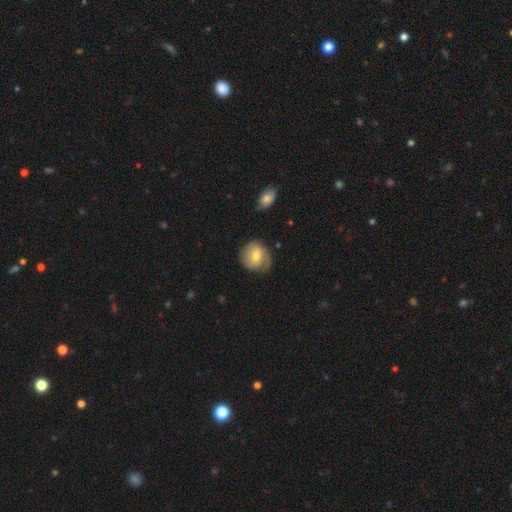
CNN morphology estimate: Smooth or featured: smooth — 58% (featured or disk — 35%)
How rounded: round — 78% (in between — 21%)
Merging: none — 62% (minor disturbance — 28%)